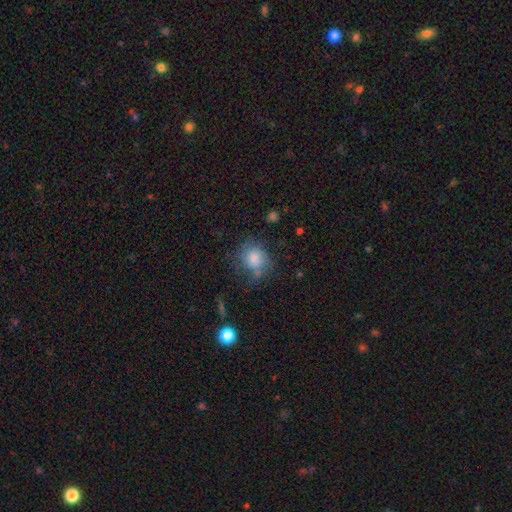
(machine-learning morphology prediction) smooth_or_featured: smooth (p=0.57) [alt: featured or disk p=0.26]
how_rounded: round (p=0.71) [alt: in between p=0.28]
merging: none (p=0.58) [alt: minor disturbance p=0.24]